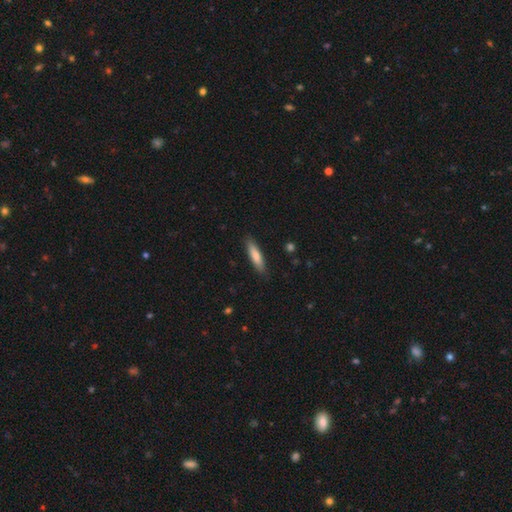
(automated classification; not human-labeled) A smooth galaxy with no disk features (77%) that is cigar-shaped (78%).

Vote fractions:
- Smooth or featured? smooth: 77% / featured or disk: 18% / star or artifact: 6%
- How rounded? cigar-shaped: 78% / in between: 21% / round: 1%
- Merging? none: 88% / minor disturbance: 9% / major disturbance: 2% / merger: 1%